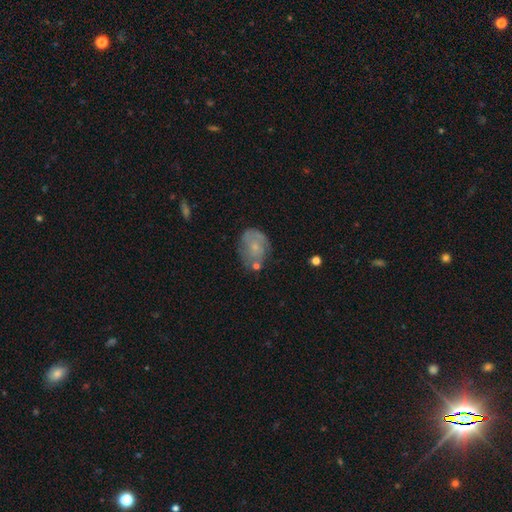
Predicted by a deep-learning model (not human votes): The model was most divided on "smooth or featured": featured or disk: 47%, smooth: 43%, star or artifact: 10%. More confident: merging — none (53%).